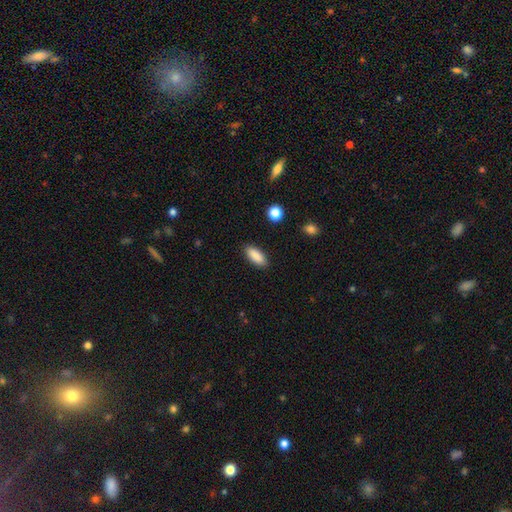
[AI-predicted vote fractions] smooth_or_featured: smooth (p=0.89) [alt: star or artifact p=0.07]
how_rounded: in between (p=0.78) [alt: cigar-shaped p=0.20]
merging: none (p=0.89) [alt: minor disturbance p=0.08]